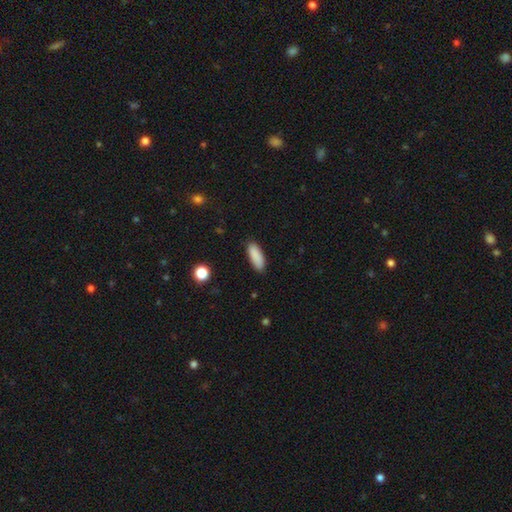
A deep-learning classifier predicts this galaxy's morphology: A smooth galaxy with no disk features (89%) that is in between round and cigar-shaped (68%).

Vote fractions:
- Smooth or featured? smooth: 89% / star or artifact: 7% / featured or disk: 4%
- How rounded? in between: 68% / cigar-shaped: 31% / round: 2%
- Merging? none: 87% / minor disturbance: 10% / major disturbance: 2% / merger: 1%